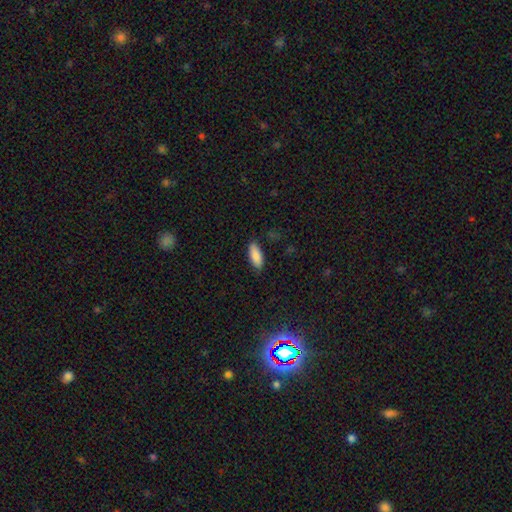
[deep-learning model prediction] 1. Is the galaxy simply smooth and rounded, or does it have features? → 87% smooth, 7% featured or disk, 6% star or artifact.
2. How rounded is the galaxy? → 82% in between, 17% cigar-shaped, 2% round.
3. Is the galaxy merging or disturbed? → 83% none, 13% minor disturbance, 3% major disturbance, 1% merger.